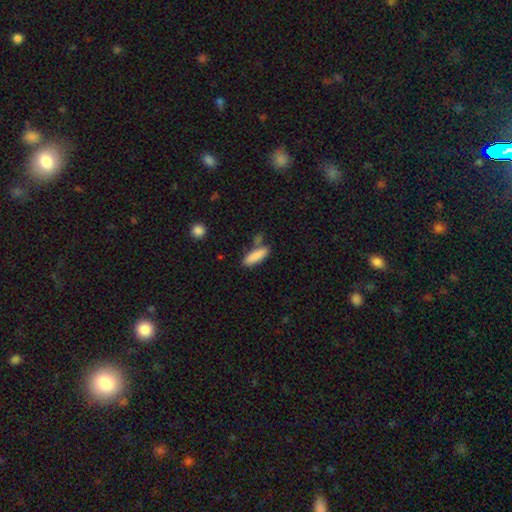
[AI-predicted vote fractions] smooth-or-featured: smooth: 86% | featured or disk: 8% | star or artifact: 7%
  how-rounded: cigar-shaped: 55% | in between: 43% | round: 2%
  merging: none: 68% | minor disturbance: 15% | merger: 13% | major disturbance: 4%